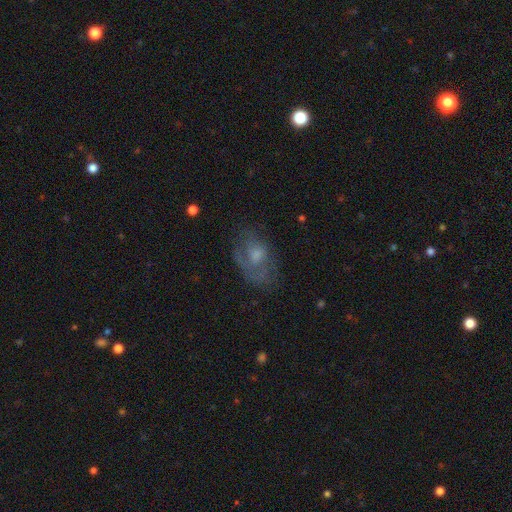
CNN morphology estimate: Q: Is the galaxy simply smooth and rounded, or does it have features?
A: featured or disk — 52%.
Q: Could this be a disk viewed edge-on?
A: no — 95%.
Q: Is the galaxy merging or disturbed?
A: none — 53%.